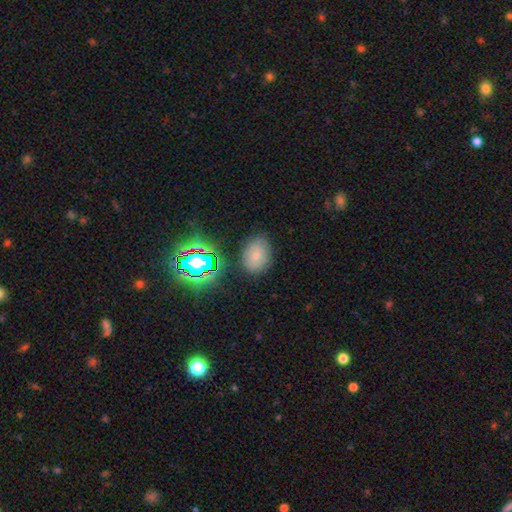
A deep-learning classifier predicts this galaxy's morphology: smooth 63%, featured or disk 20%, star or artifact 17%. Down the decision tree: how rounded — in between (67%); merging — none (78%).